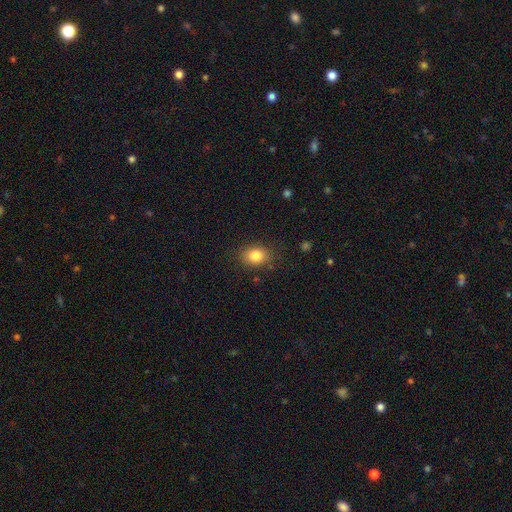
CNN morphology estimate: This appears to be a smooth galaxy with no disk features (83%) that is in between round and cigar-shaped (57%). Merging: none (83%).